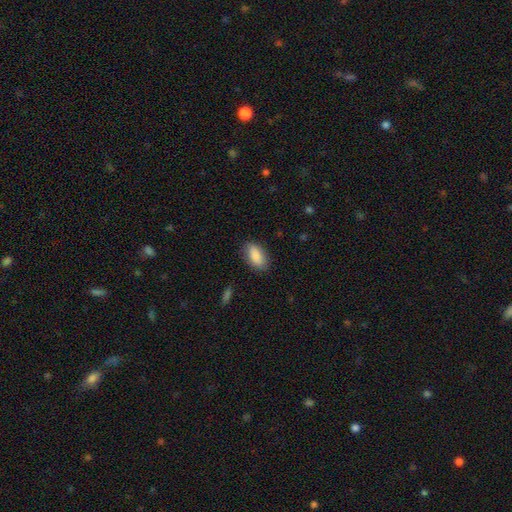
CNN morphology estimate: Smooth or featured?
  - smooth: 87% *
  - featured or disk: 6%
  - star or artifact: 6%
How rounded?
  - in between: 92% *
  - cigar-shaped: 5%
  - round: 3%
Merging?
  - none: 84% *
  - minor disturbance: 12%
  - major disturbance: 3%
  - merger: 1%